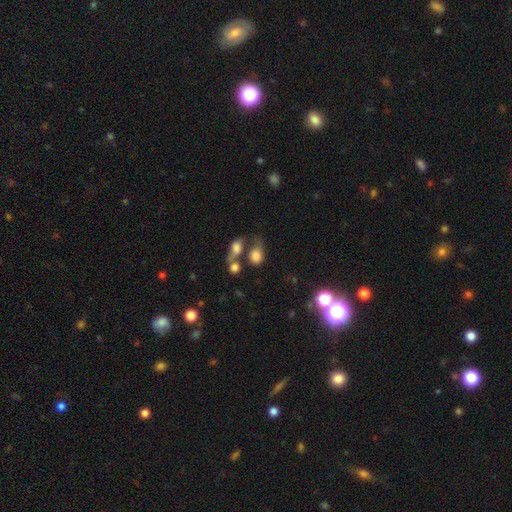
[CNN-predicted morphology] The model was most divided on "merging": merger: 36%, none: 33%, minor disturbance: 16%, major disturbance: 15%. More confident: smooth or featured — smooth (78%); how rounded — in between (60%).